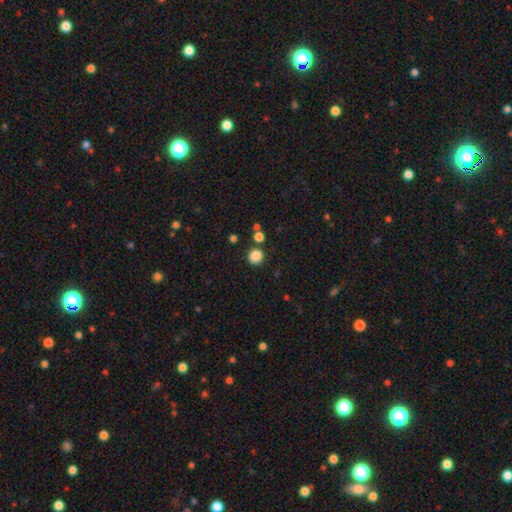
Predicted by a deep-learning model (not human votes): This appears to be a smooth galaxy with no disk features (85%) that is round (90%). Merging: none (82%).